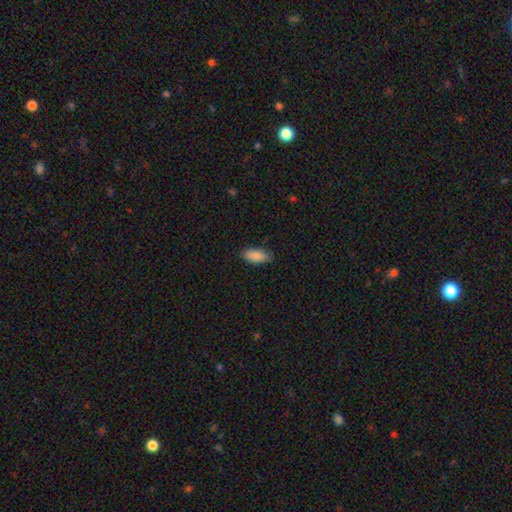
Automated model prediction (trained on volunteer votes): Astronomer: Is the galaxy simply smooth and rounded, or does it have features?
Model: smooth — 88%.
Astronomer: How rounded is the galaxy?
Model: in between — 89%.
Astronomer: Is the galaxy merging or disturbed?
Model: none — 83%.